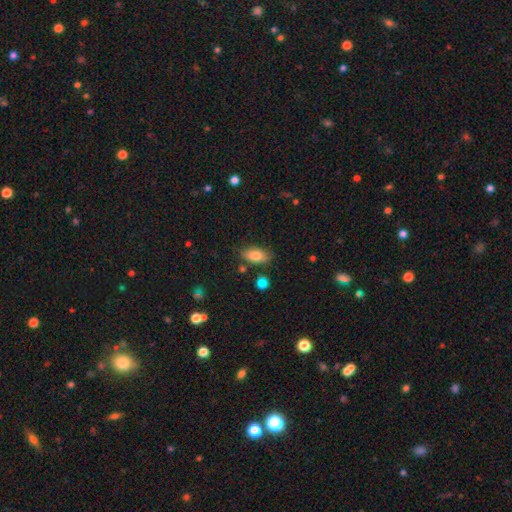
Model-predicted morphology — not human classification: This appears to be a smooth galaxy with no disk features (79%) that is in between round and cigar-shaped (89%). Merging: none (78%).